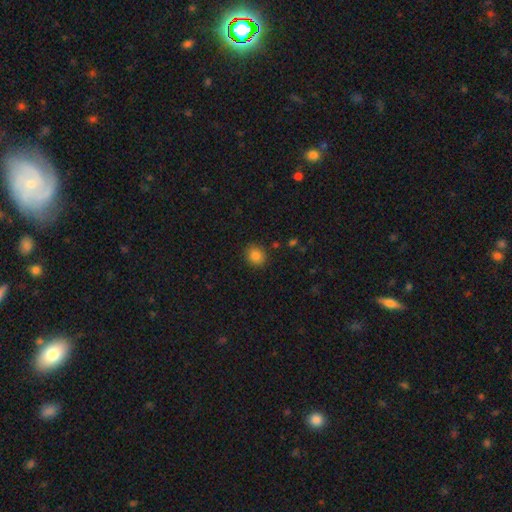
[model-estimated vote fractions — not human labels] Overall: smooth (85%). How rounded: round (76%). Merging: none (88%).